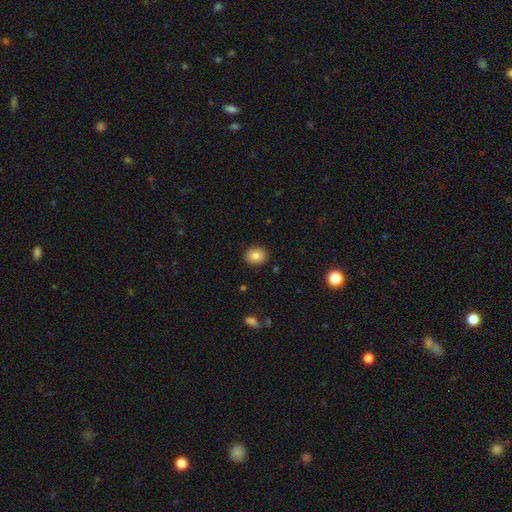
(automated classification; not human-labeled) Morphology: type=smooth (84%); roundness=round (53%); merging=none (89%).